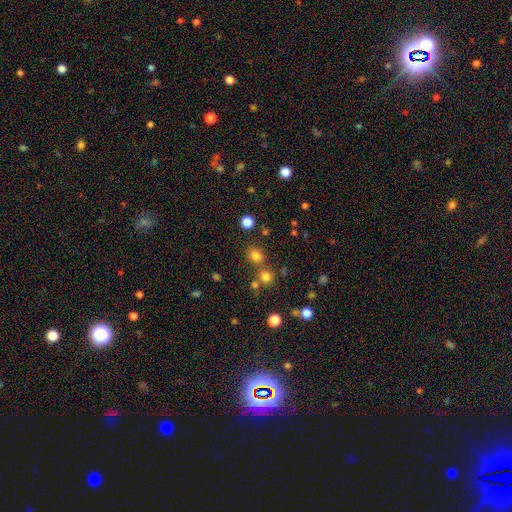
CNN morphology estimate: Smooth or featured? Predicted: smooth (p=0.76). How rounded? Predicted: round (p=0.75). Merging? Predicted: none (p=0.70).